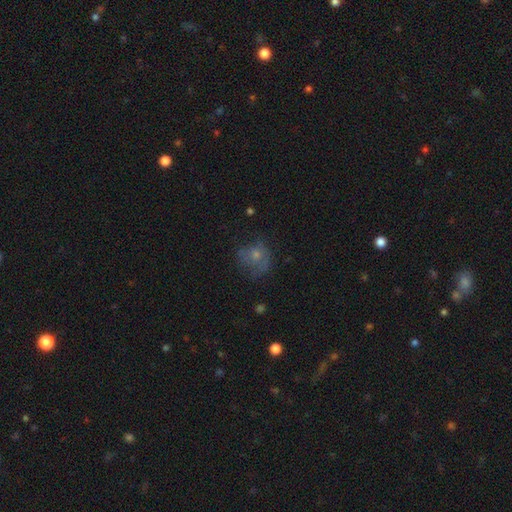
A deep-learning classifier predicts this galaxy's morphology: Overall: smooth (58%; featured or disk 28%). How rounded: round (70%). Merging: none (47%; minor disturbance 26%).